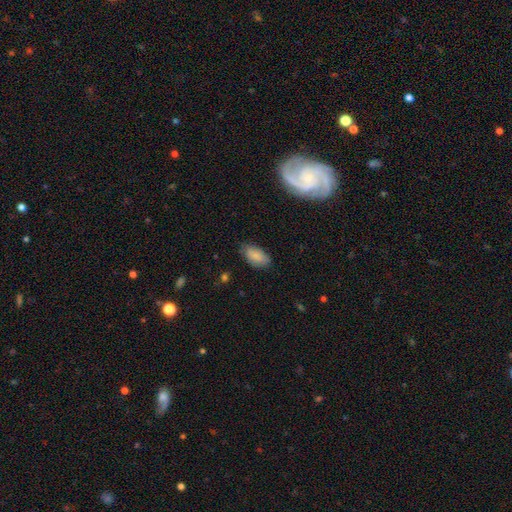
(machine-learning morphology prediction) A smooth galaxy with no disk features (85%) that is in between round and cigar-shaped (94%). Merging: none (74%).